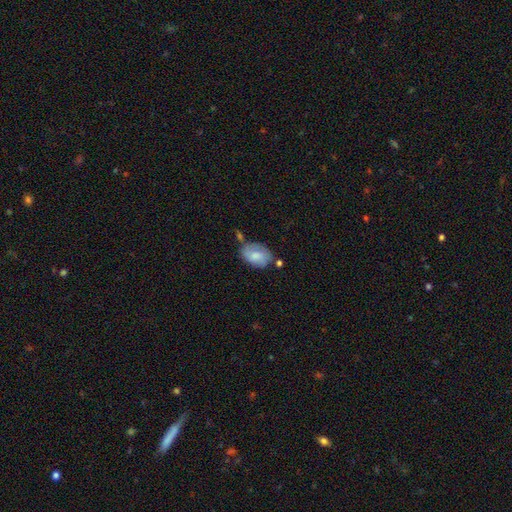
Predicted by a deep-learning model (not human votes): smooth 70%, featured or disk 23%, star or artifact 7%. Down the decision tree: how rounded — in between (85%); merging — none (51%).